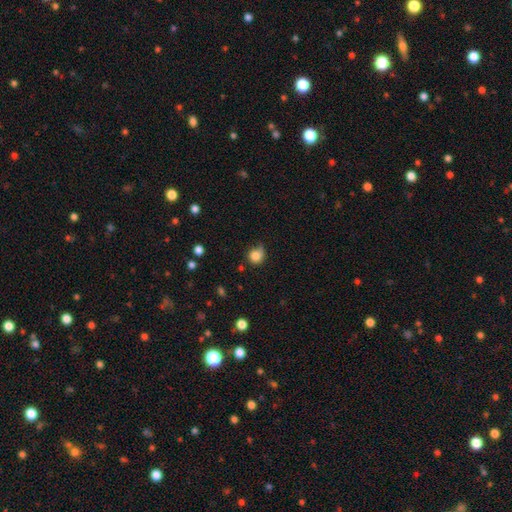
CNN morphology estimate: A smooth galaxy with no disk features (82%) that is round (85%).

Vote fractions:
- Smooth or featured? smooth: 82% / star or artifact: 10% / featured or disk: 8%
- How rounded? round: 85% / in between: 14% / cigar-shaped: 1%
- Merging? none: 55% / minor disturbance: 31% / major disturbance: 10% / merger: 4%